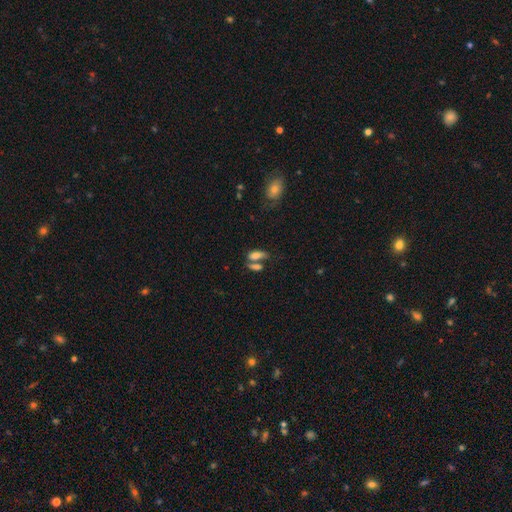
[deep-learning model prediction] smooth_or_featured: smooth (p=0.76) [alt: featured or disk p=0.13]
how_rounded: in between (p=0.76) [alt: cigar-shaped p=0.19]
merging: merger (p=0.42) [alt: none p=0.39]